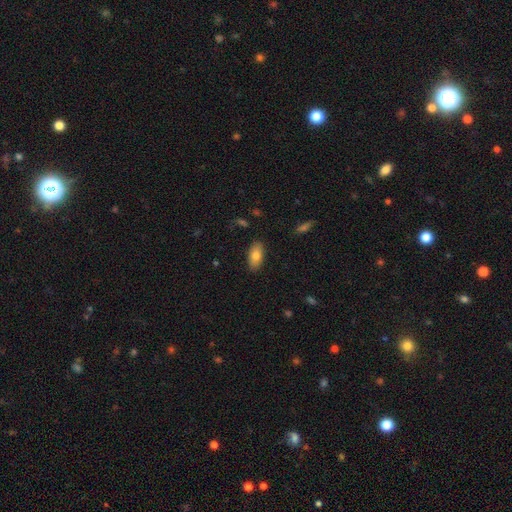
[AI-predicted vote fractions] Overall: smooth (78%). How rounded: in between (89%). Merging: none (88%).